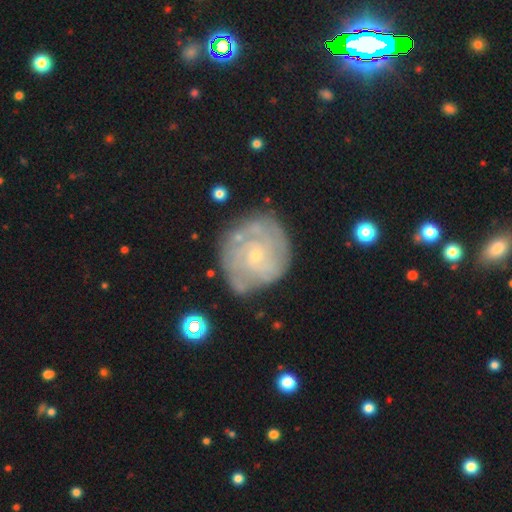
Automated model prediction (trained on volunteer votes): featured or disk 76%, smooth 17%, star or artifact 7%. Down the decision tree: edge-on disk — no (97%); bar — no (80%); spiral arms — yes (87%); spiral arm count — can't tell (43%); spiral winding — tight (71%); bulge size — small (83%); merging — none (68%).